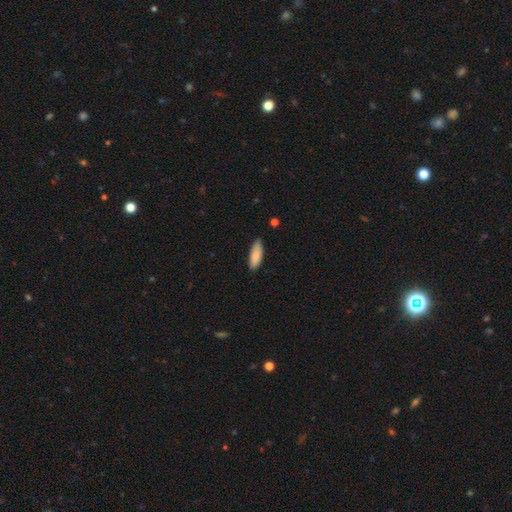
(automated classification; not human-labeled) Smooth or featured? Predicted: smooth (p=0.86). How rounded? Predicted: in between (p=0.68). Merging? Predicted: none (p=0.81).